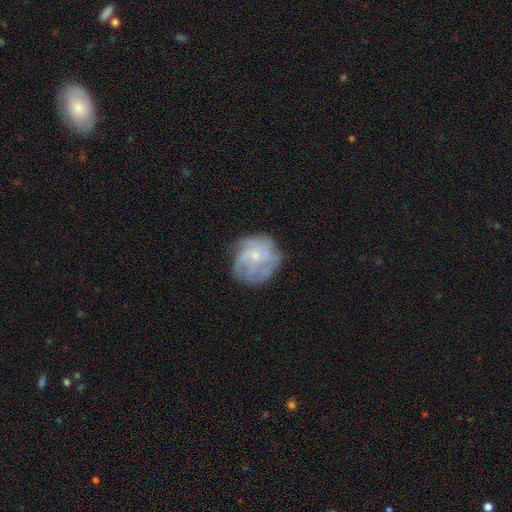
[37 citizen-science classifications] This appears to be a featured or disk galaxy (81%) with no bar (83%), medium (54%) spiral arms (87%) and a small central bulge (67%). Merging: none (64%).